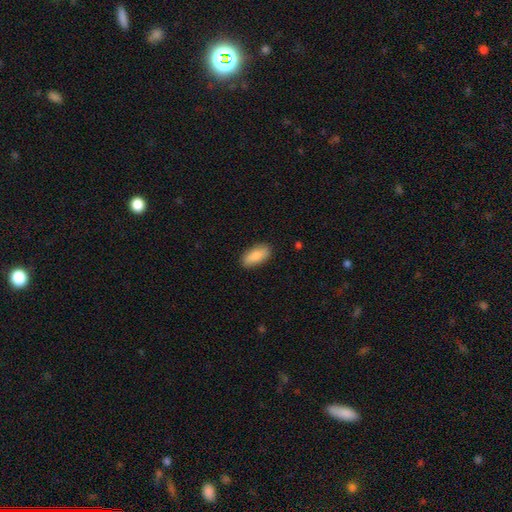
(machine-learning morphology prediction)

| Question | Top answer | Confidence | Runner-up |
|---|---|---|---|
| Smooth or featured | smooth | 83% | featured or disk (11%) |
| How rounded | in between | 85% | cigar-shaped (12%) |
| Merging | none | 87% | minor disturbance (10%) |